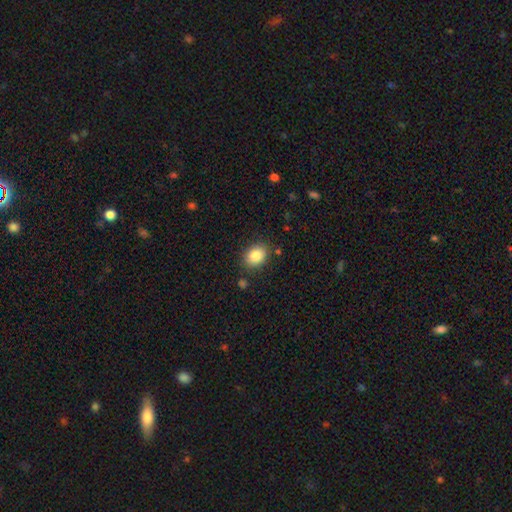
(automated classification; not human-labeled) A smooth galaxy with no disk features (85%) that is in between round and cigar-shaped (59%).

Vote fractions:
- Smooth or featured? smooth: 85% / star or artifact: 8% / featured or disk: 7%
- How rounded? in between: 59% / round: 40% / cigar-shaped: 1%
- Merging? none: 84% / minor disturbance: 10% / major disturbance: 3% / merger: 3%